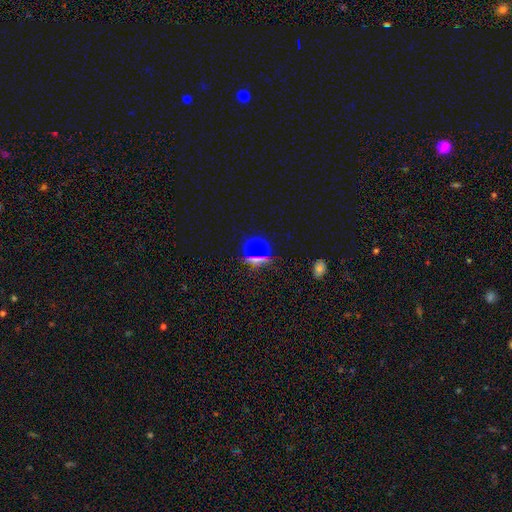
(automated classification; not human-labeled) Smooth or featured: smooth — 54% (star or artifact — 39%)
How rounded: round — 74% (in between — 19%)
Merging: none — 79% (minor disturbance — 10%)